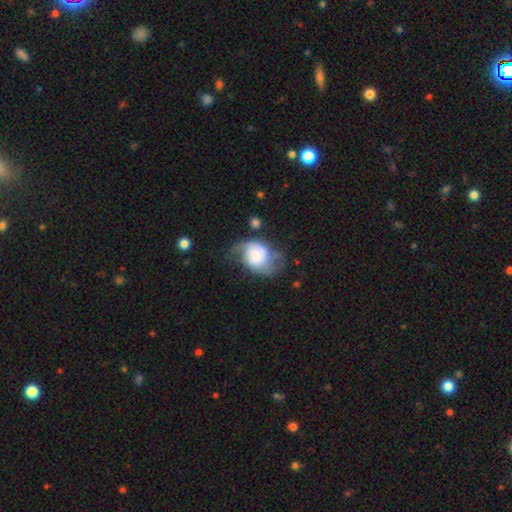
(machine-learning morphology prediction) type=featured or disk (52%); edge-on=no (96%); bar=no (72%); spiral arms=yes (73%); bulge=small (39%); merging=none (34%).